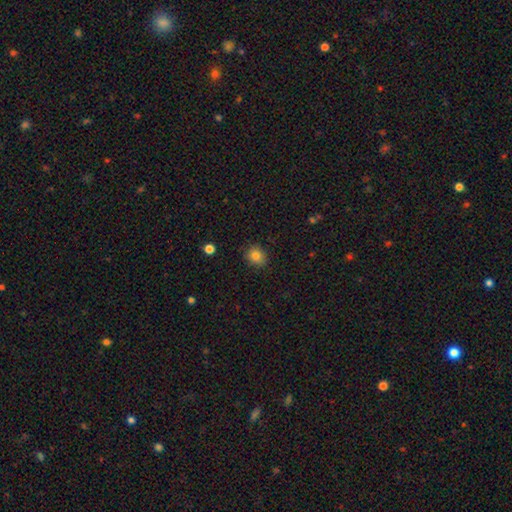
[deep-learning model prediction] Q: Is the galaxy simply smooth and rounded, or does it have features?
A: smooth — 83%.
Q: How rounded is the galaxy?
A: round — 64%.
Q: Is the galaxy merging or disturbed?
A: none — 86%.